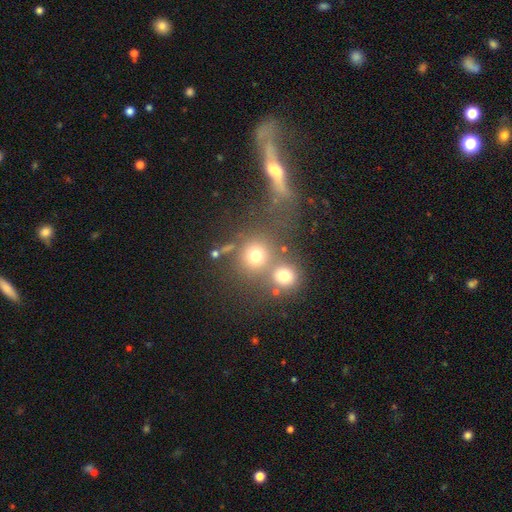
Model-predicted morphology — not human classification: A smooth galaxy with no disk features (71%) that is round (85%).

Vote fractions:
- Smooth or featured? smooth: 71% / star or artifact: 17% / featured or disk: 12%
- How rounded? round: 85% / in between: 14% / cigar-shaped: 1%
- Merging? none: 50% / merger: 36% / minor disturbance: 8% / major disturbance: 6%